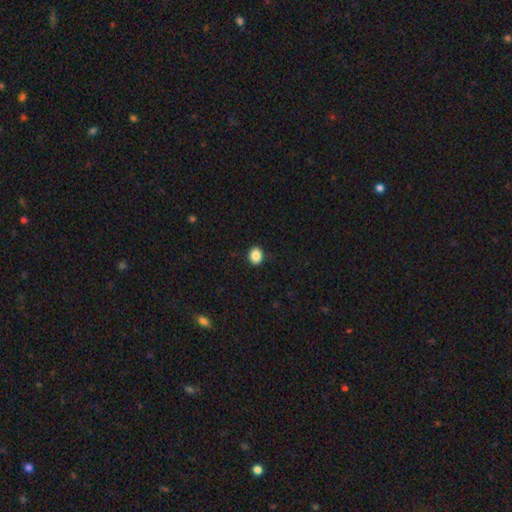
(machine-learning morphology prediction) smooth 87%, star or artifact 9%, featured or disk 4%. Down the decision tree: how rounded — round (55%); merging — none (89%).